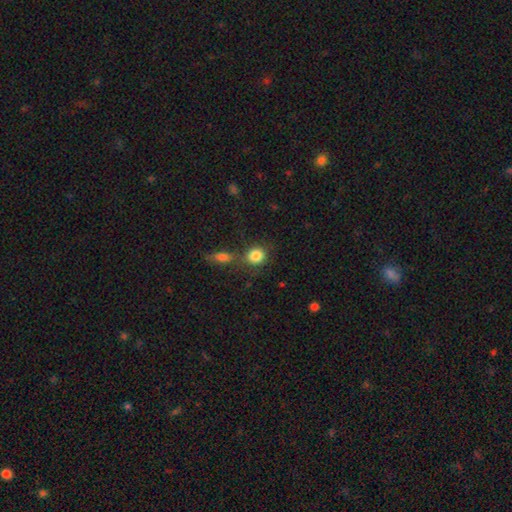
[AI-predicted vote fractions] Overall: smooth (85%). How rounded: round (78%). Merging: none (61%; merger 22%).